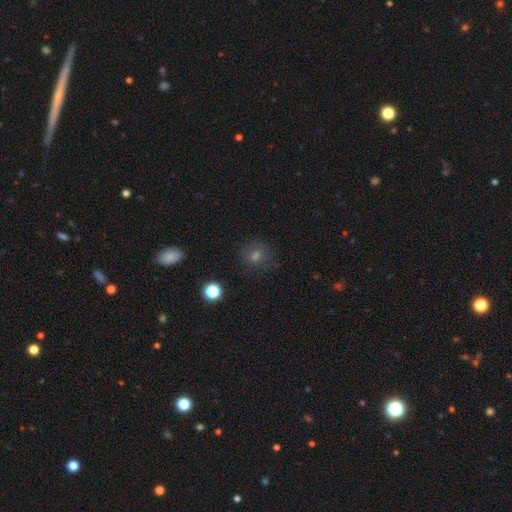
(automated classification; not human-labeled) Smooth or featured? Predicted: smooth (p=0.65). How rounded? Predicted: round (p=0.81). Merging? Predicted: none (p=0.82).